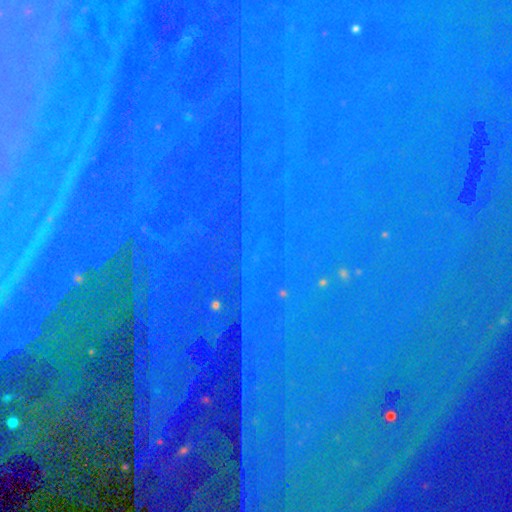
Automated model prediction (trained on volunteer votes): Smooth or featured? star or artifact (87%)